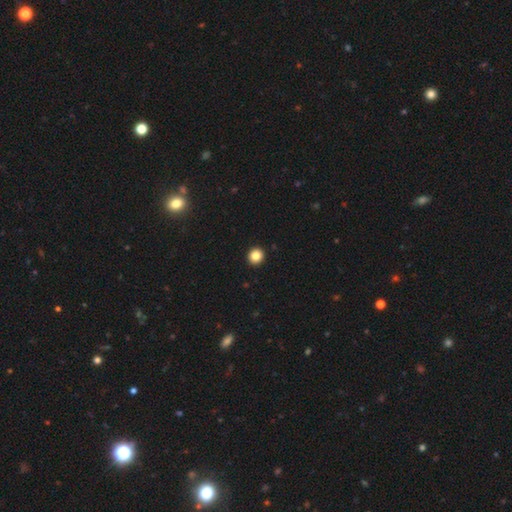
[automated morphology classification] smooth_or_featured: smooth (p=0.85) [alt: star or artifact p=0.11]
how_rounded: round (p=0.92) [alt: in between p=0.07]
merging: none (p=0.94) [alt: minor disturbance p=0.04]